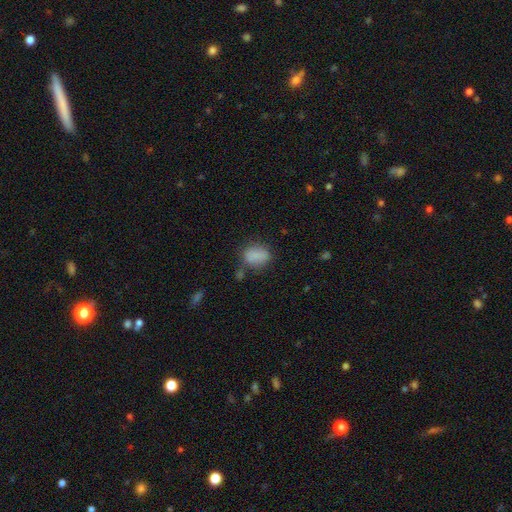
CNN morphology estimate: A smooth galaxy with no disk features (80%) that is in between round and cigar-shaped (69%). Merging: none (61%).